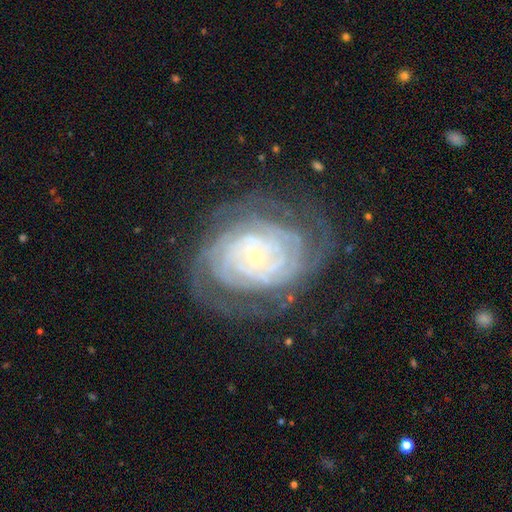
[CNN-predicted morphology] smooth_or_featured: featured or disk (p=0.87) [alt: smooth p=0.06]
disk_edge_on: no (p=0.97) [alt: yes p=0.03]
bar: no (p=0.65) [alt: weak p=0.25]
has_spiral_arms: yes (p=0.97) [alt: no p=0.03]
spiral_winding: tight (p=0.84) [alt: medium p=0.13]
spiral_arm_count: can't tell (p=0.33) [alt: 4 p=0.17]
bulge_size: small (p=0.82) [alt: moderate p=0.14]
merging: none (p=0.72) [alt: minor disturbance p=0.17]